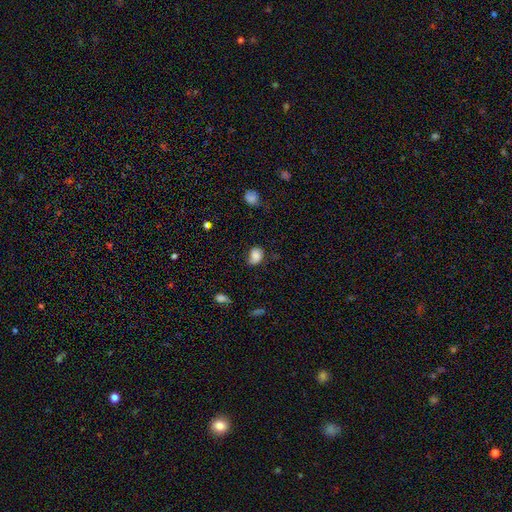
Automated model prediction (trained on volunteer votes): Smooth or featured: smooth — 80% (featured or disk — 10%)
How rounded: in between — 59% (round — 40%)
Merging: none — 53% (minor disturbance — 34%)